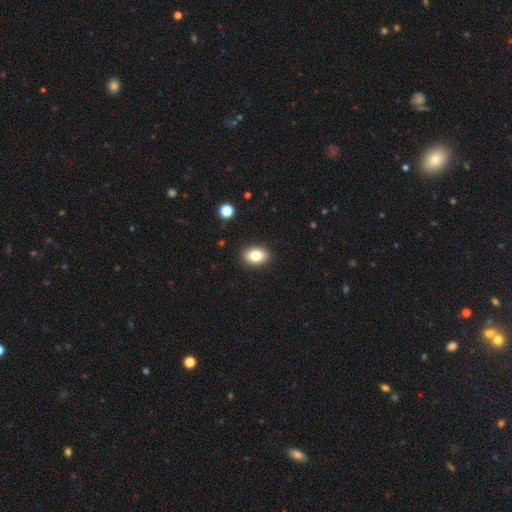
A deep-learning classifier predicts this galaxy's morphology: type=smooth (83%); roundness=in between (82%); merging=none (89%).